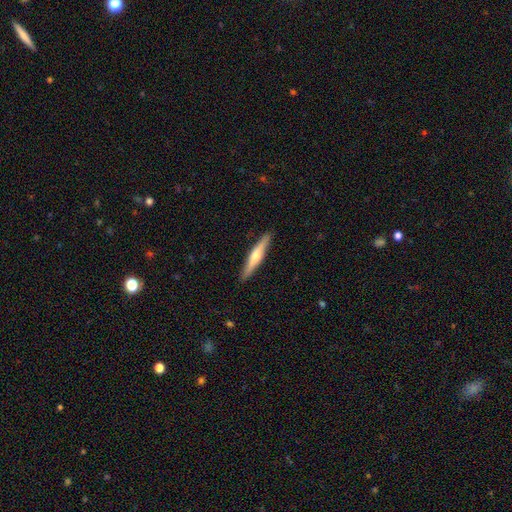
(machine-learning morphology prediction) This appears to be a featured or disk galaxy (52%) viewed edge-on (96%). Merging: none (90%).